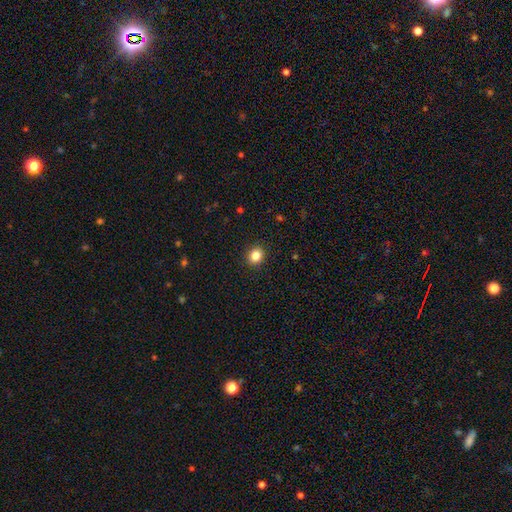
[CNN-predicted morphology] Smooth or featured? Predicted: smooth (p=0.84). How rounded? Predicted: round (p=0.73). Merging? Predicted: none (p=0.92).